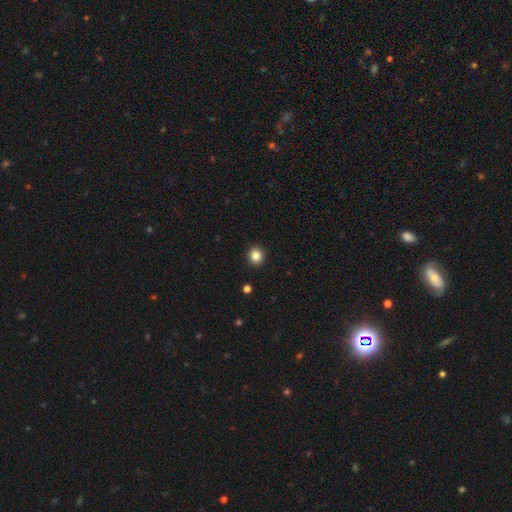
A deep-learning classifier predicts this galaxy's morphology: smooth 84%, star or artifact 11%, featured or disk 5%. Down the decision tree: how rounded — round (85%); merging — none (93%).